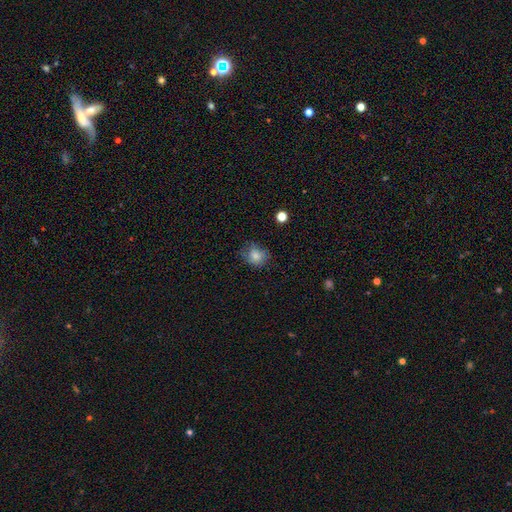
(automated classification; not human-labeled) The model was most divided on "how rounded": round: 66%, in between: 33%, cigar-shaped: 1%. More confident: smooth or featured — smooth (77%); merging — none (63%).